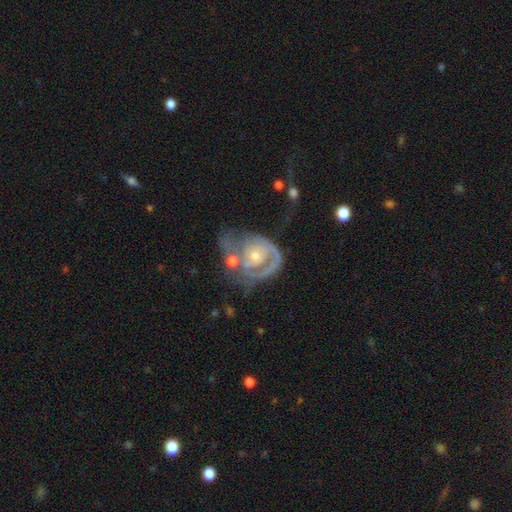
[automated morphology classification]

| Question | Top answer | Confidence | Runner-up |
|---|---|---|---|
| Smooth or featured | featured or disk | 82% | smooth (12%) |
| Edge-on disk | no | 97% | yes (3%) |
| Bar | no | 75% | weak (20%) |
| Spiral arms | yes | 85% | no (15%) |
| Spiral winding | tight | 60% | medium (29%) |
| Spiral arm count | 1 | 42% | 2 (28%) |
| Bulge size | small | 56% | moderate (37%) |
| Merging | none | 33% | major disturbance (27%) |